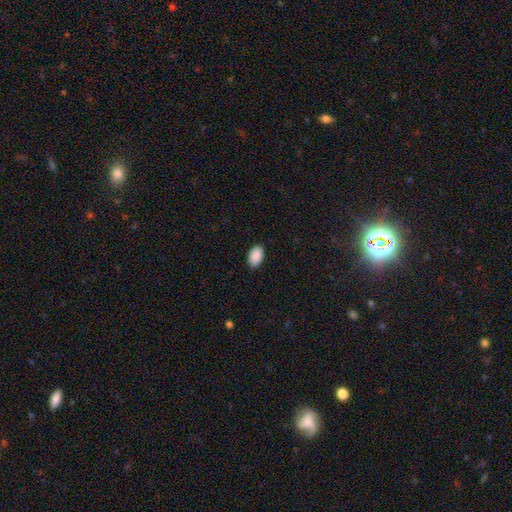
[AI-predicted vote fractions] Smooth or featured: smooth — 91% (star or artifact — 7%)
How rounded: in between — 92% (round — 7%)
Merging: none — 89% (minor disturbance — 9%)